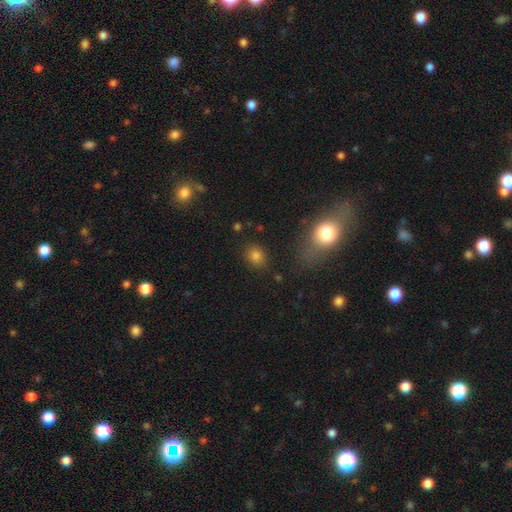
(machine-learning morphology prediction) Q: Smooth or featured?
A: smooth (81%); runner-up: star or artifact (13%)
Q: How rounded?
A: round (51%); runner-up: in between (47%)
Q: Merging?
A: none (83%); runner-up: minor disturbance (10%)